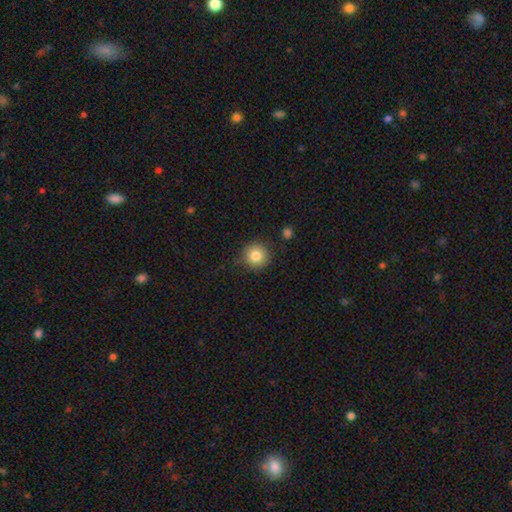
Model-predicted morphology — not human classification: smooth 82%, star or artifact 10%, featured or disk 8%. Down the decision tree: how rounded — round (94%); merging — none (83%).